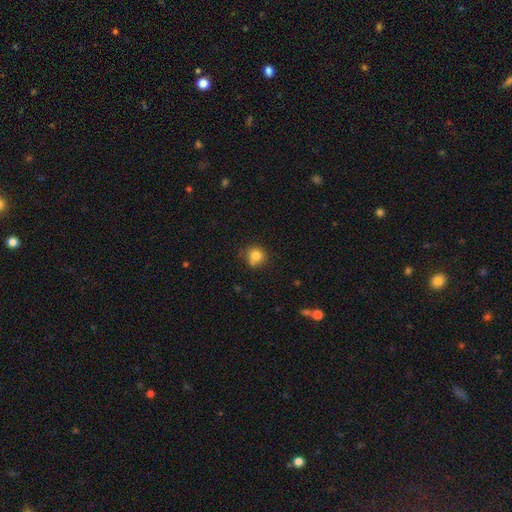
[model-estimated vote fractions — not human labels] This appears to be a smooth galaxy with no disk features (81%) that is round (90%). Merging: none (71%).